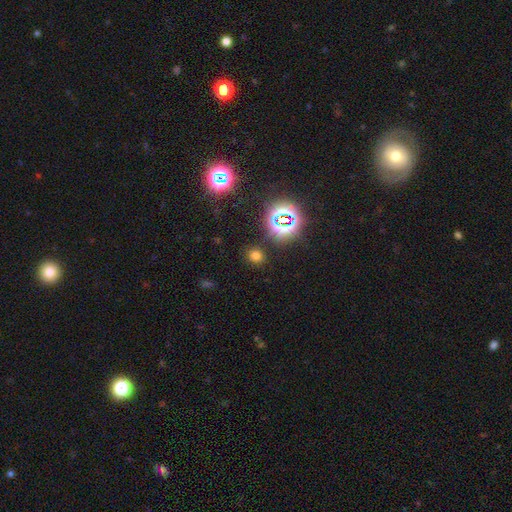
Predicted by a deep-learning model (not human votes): smooth_or_featured: smooth (p=0.65) [alt: star or artifact p=0.29]
how_rounded: round (p=0.77) [alt: in between p=0.22]
merging: none (p=0.86) [alt: minor disturbance p=0.08]